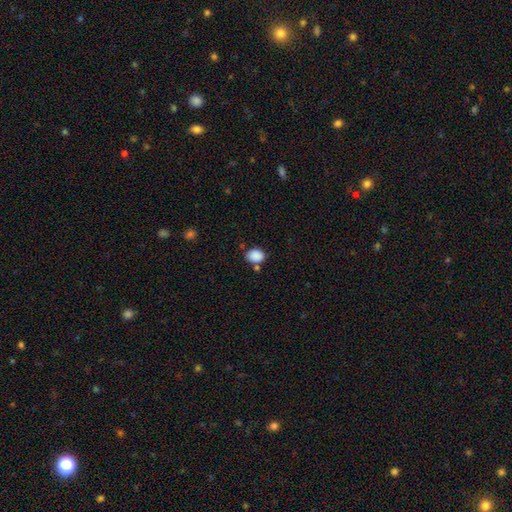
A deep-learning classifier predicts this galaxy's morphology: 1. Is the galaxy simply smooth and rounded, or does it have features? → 88% smooth, 9% star or artifact, 3% featured or disk.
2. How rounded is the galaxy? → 62% in between, 37% round, 1% cigar-shaped.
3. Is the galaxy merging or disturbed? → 73% none, 14% minor disturbance, 9% merger, 4% major disturbance.